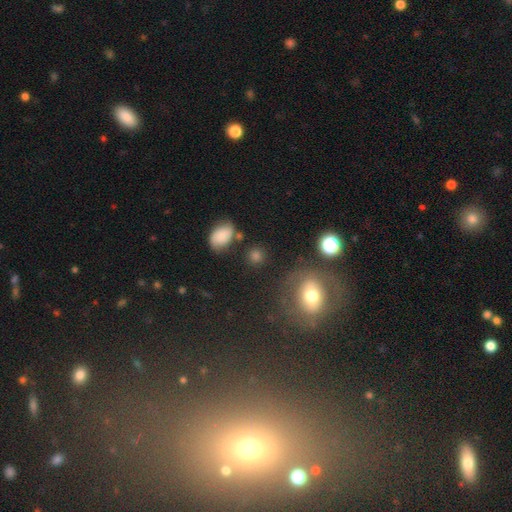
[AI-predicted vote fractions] Smooth or featured?
  - smooth: 71% *
  - star or artifact: 17%
  - featured or disk: 11%
How rounded?
  - round: 62% *
  - in between: 36%
  - cigar-shaped: 2%
Merging?
  - none: 69% *
  - minor disturbance: 16%
  - merger: 8%
  - major disturbance: 7%